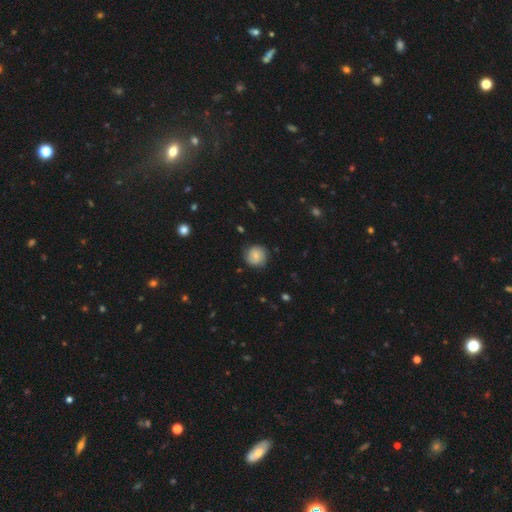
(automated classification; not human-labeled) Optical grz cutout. It shows a smooth galaxy with no disk features (63%) that is round (90%). Merging: none (80%).